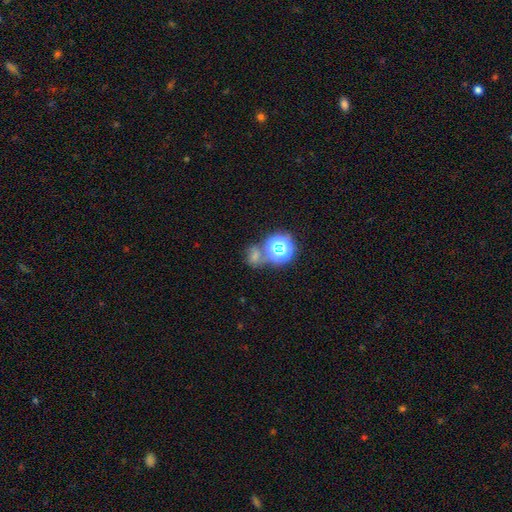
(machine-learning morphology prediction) smooth 50%, star or artifact 38%, featured or disk 13%. Down the decision tree: merging — none (48%).